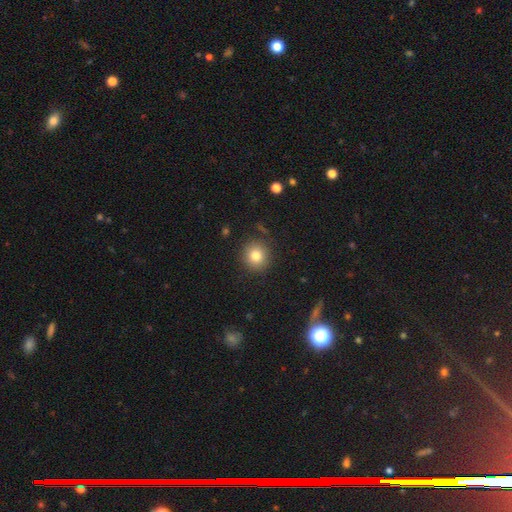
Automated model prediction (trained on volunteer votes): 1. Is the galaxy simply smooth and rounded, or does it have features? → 81% smooth, 11% star or artifact, 8% featured or disk.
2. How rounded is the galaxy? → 90% round, 9% in between, 1% cigar-shaped.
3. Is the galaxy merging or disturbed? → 89% none, 7% minor disturbance, 2% major disturbance, 2% merger.